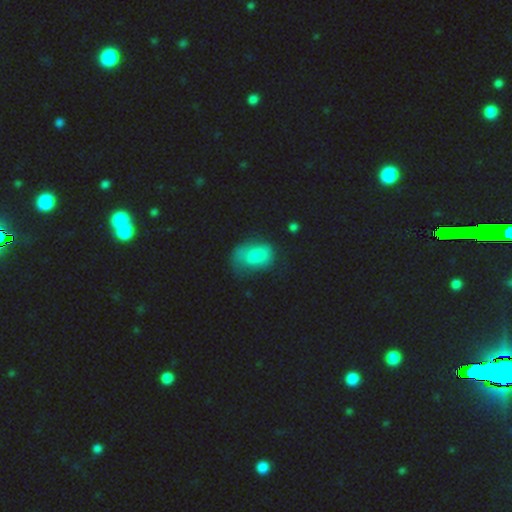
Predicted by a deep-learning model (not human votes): smooth-or-featured: smooth: 69% | featured or disk: 20% | star or artifact: 11%
  how-rounded: in between: 78% | round: 20% | cigar-shaped: 2%
  merging: none: 42% | minor disturbance: 32% | major disturbance: 23% | merger: 3%